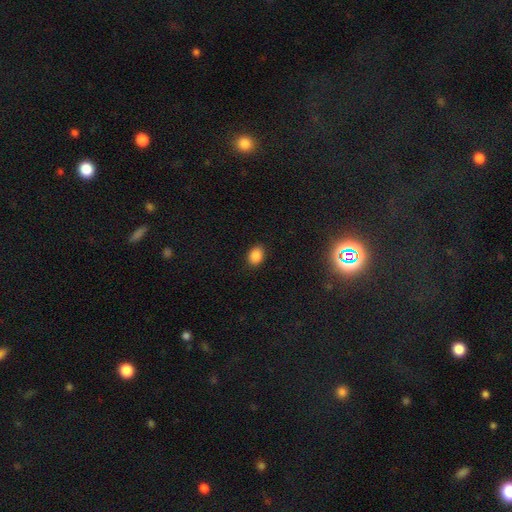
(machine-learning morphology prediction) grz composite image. It shows a smooth galaxy with no disk features (87%) that is in between round and cigar-shaped (71%). Merging: none (88%).